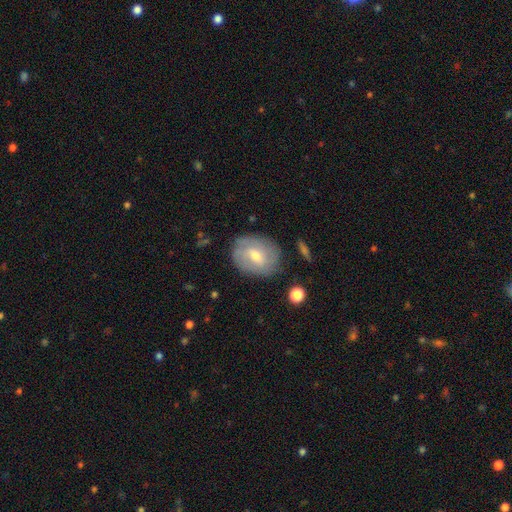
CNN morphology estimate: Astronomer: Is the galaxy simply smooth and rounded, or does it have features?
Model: featured or disk — 51% (runner-up: smooth, 42%).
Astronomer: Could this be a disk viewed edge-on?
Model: no — 94%.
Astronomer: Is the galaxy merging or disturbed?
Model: none — 77%.